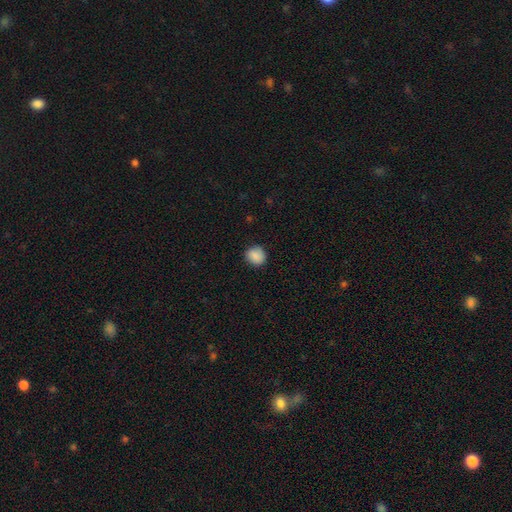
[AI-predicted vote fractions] Morphology: type=smooth (88%); roundness=round (82%); merging=none (87%).